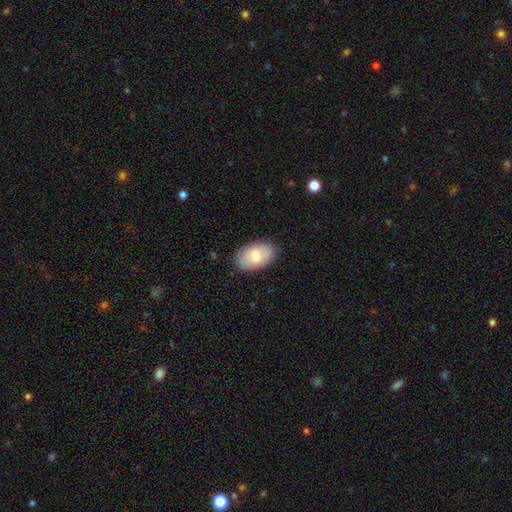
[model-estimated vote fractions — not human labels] Smooth or featured: smooth — 70% (featured or disk — 24%)
How rounded: in between — 92% (round — 6%)
Merging: none — 87% (minor disturbance — 10%)